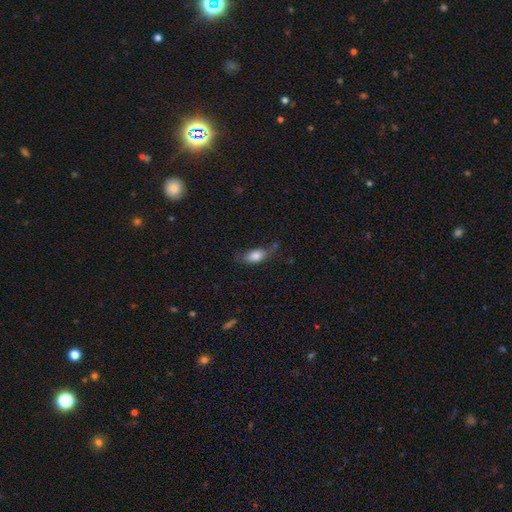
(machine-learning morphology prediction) Q: Smooth or featured?
A: smooth (80%); runner-up: featured or disk (13%)
Q: How rounded?
A: in between (85%); runner-up: cigar-shaped (10%)
Q: Merging?
A: none (54%); runner-up: minor disturbance (31%)